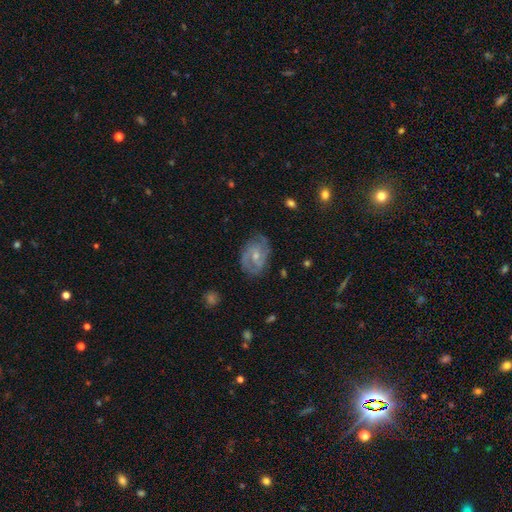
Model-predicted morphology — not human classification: A featured or disk galaxy (76%) with a weak bar (46%), 2 (65%) medium (47%) spiral arms (89%) and a small central bulge (50%). Merging: none (72%).